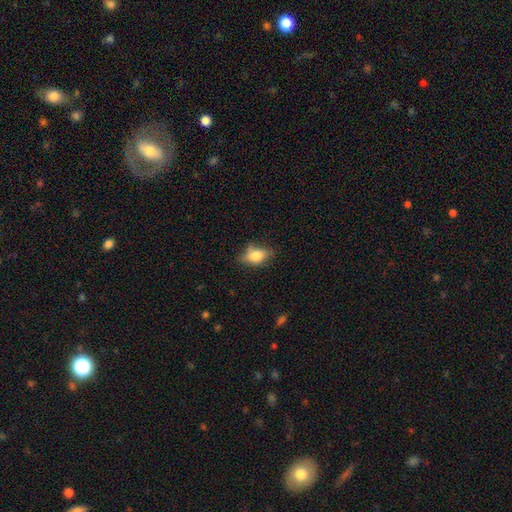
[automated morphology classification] The model was most divided on "merging": none: 58%, minor disturbance: 30%, major disturbance: 8%, merger: 4%. More confident: how rounded — in between (82%); smooth or featured — smooth (76%).